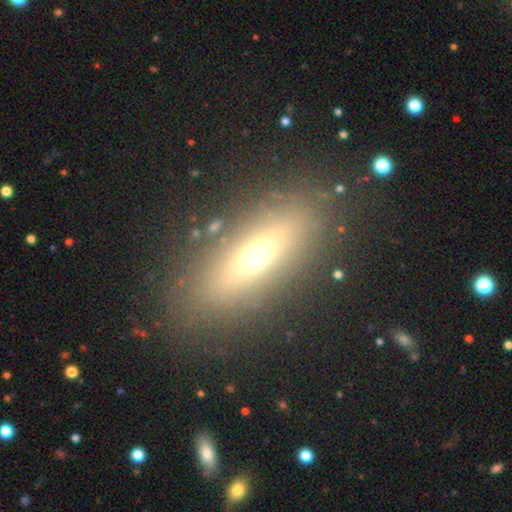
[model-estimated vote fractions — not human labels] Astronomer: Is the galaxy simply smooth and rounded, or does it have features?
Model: smooth — 51% (runner-up: featured or disk, 36%).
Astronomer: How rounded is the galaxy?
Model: in between — 53% (runner-up: cigar-shaped, 42%).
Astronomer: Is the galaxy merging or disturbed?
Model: none — 83%.